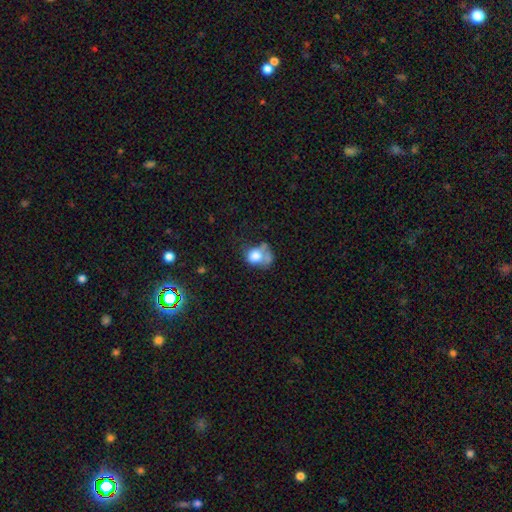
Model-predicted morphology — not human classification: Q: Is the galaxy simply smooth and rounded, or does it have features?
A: smooth — 71%.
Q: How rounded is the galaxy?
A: round — 53%.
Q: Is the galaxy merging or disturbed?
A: merger — 28%.